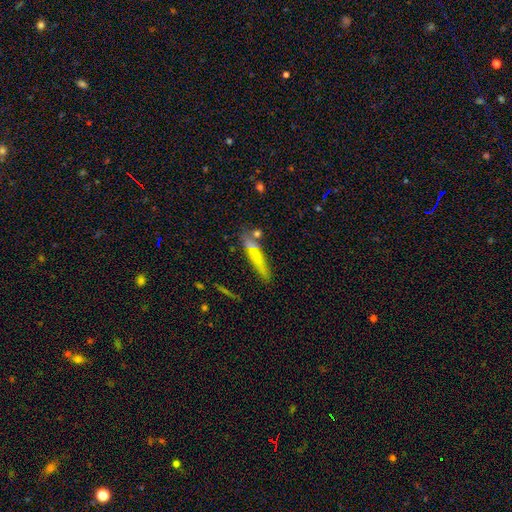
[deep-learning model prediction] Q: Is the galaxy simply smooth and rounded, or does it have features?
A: smooth — 66%.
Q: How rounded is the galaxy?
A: cigar-shaped — 83%.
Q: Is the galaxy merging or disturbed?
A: none — 65%.